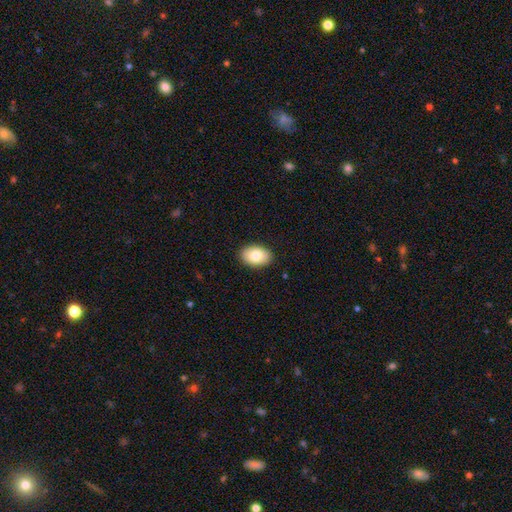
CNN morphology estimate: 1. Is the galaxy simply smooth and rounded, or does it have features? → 82% smooth, 11% featured or disk, 7% star or artifact.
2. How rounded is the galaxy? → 88% in between, 11% round, 1% cigar-shaped.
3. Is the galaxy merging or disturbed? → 89% none, 8% minor disturbance, 2% major disturbance, 1% merger.